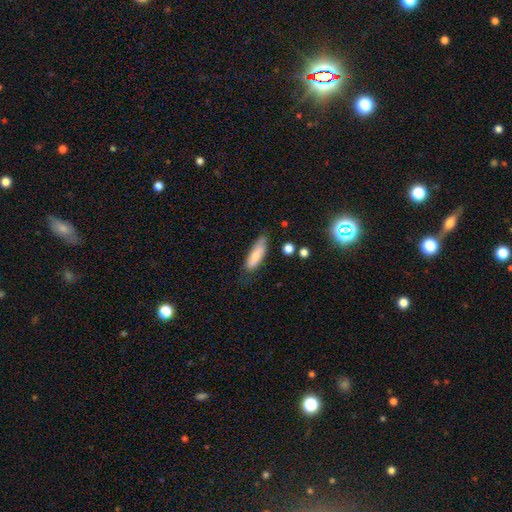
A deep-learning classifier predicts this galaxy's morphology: Overall: smooth (75%). How rounded: in between (51%; cigar-shaped 48%). Merging: none (70%).